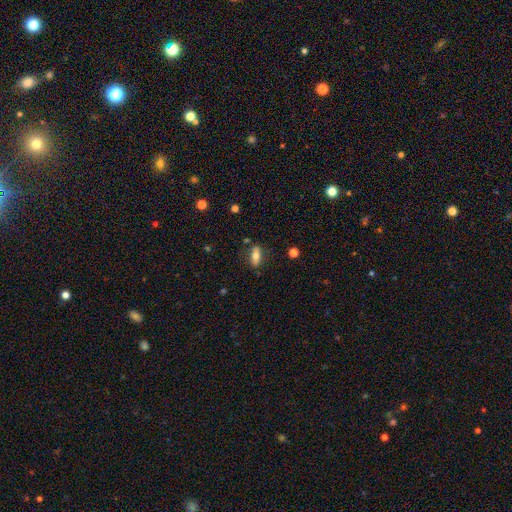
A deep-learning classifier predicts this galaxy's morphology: Smooth or featured?
  - smooth: 73% *
  - featured or disk: 19%
  - star or artifact: 8%
How rounded?
  - in between: 73% *
  - cigar-shaped: 23%
  - round: 4%
Merging?
  - none: 79% *
  - minor disturbance: 14%
  - major disturbance: 4%
  - merger: 3%